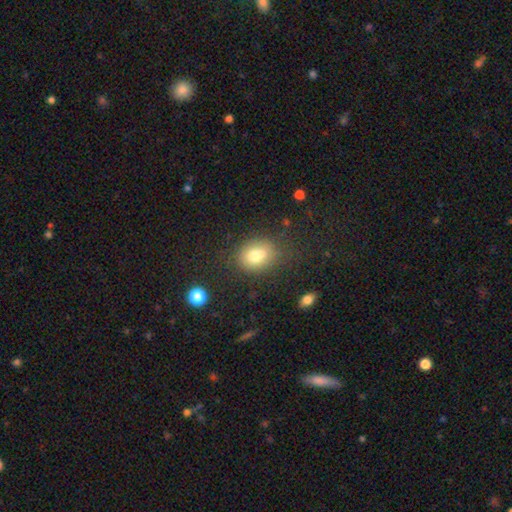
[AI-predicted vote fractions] smooth-or-featured: smooth: 75% | featured or disk: 14% | star or artifact: 12%
  how-rounded: in between: 51% | round: 48% | cigar-shaped: 1%
  merging: none: 66% | minor disturbance: 17% | merger: 11% | major disturbance: 6%